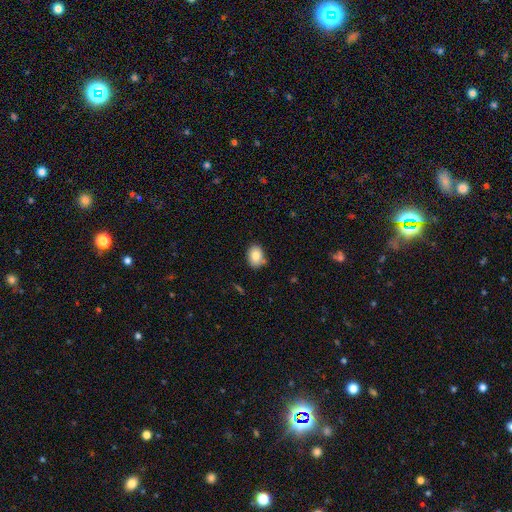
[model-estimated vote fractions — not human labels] A smooth galaxy with no disk features (83%) that is in between round and cigar-shaped (64%).

Vote fractions:
- Smooth or featured? smooth: 83% / star or artifact: 9% / featured or disk: 9%
- How rounded? in between: 64% / round: 34% / cigar-shaped: 1%
- Merging? none: 69% / minor disturbance: 21% / merger: 6% / major disturbance: 4%